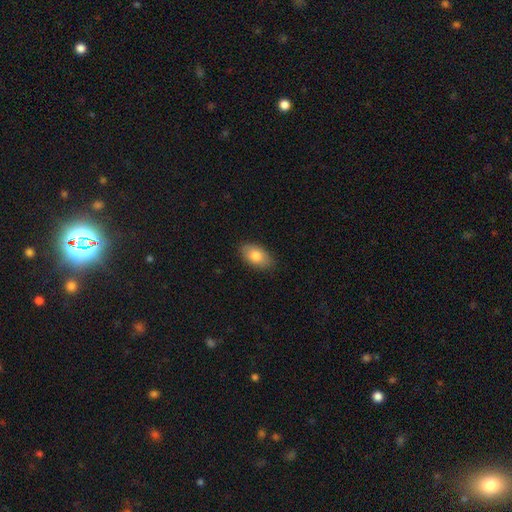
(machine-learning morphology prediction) Overall: smooth (81%). How rounded: in between (93%). Merging: none (85%).